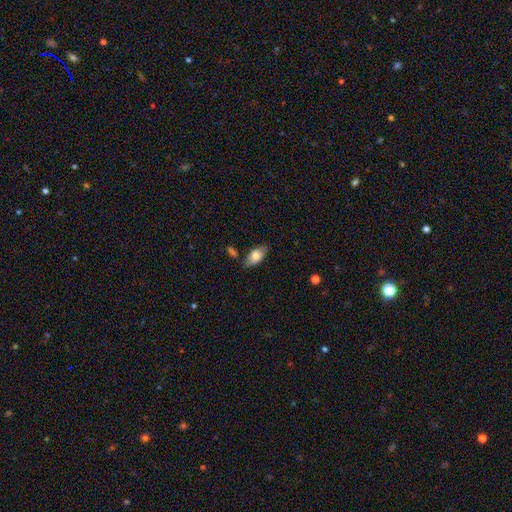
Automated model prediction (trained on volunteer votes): Morphology: type=smooth (74%); roundness=in between (89%); merging=none (79%).